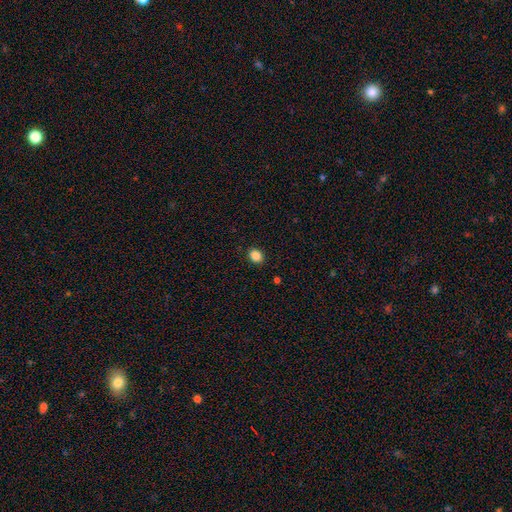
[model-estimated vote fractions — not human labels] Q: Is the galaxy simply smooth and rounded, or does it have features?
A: smooth — 86%.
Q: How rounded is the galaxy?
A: round — 54%.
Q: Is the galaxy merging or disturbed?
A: none — 90%.